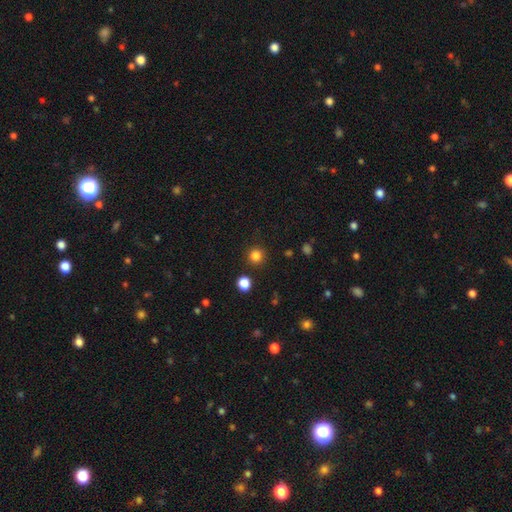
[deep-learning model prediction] Smooth or featured? smooth (83%)
How rounded? round (94%)
Merging? none (90%)